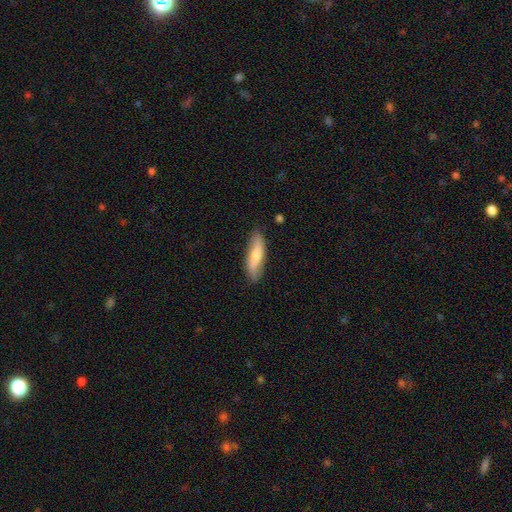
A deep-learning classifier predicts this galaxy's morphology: smooth-or-featured: smooth: 66% | featured or disk: 29% | star or artifact: 6%
  how-rounded: cigar-shaped: 51% | in between: 47% | round: 2%
  merging: none: 80% | minor disturbance: 16% | major disturbance: 3% | merger: 1%